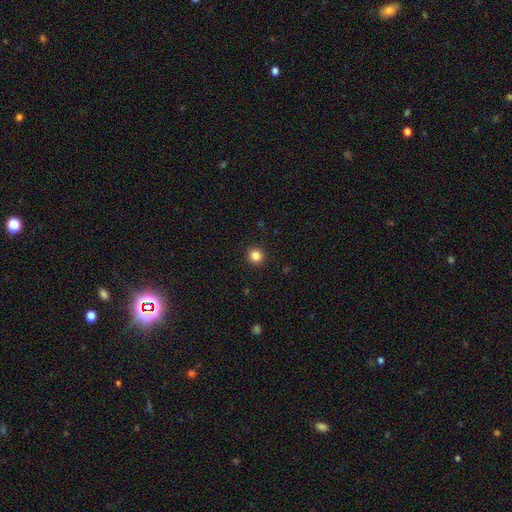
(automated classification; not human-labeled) Morphology: type=smooth (84%); roundness=round (95%); merging=none (93%).